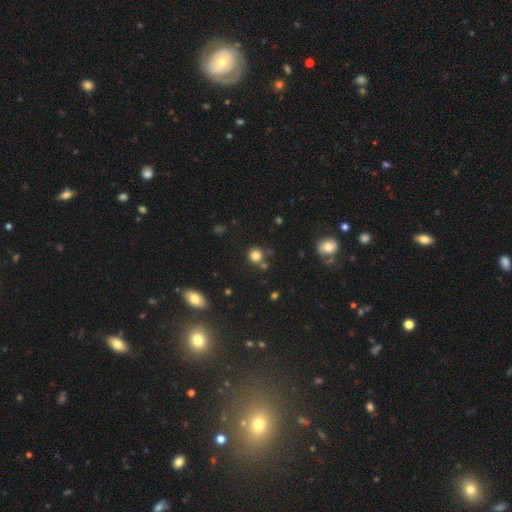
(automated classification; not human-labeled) smooth 81%, star or artifact 13%, featured or disk 6%. Down the decision tree: how rounded — round (90%); merging — none (73%).